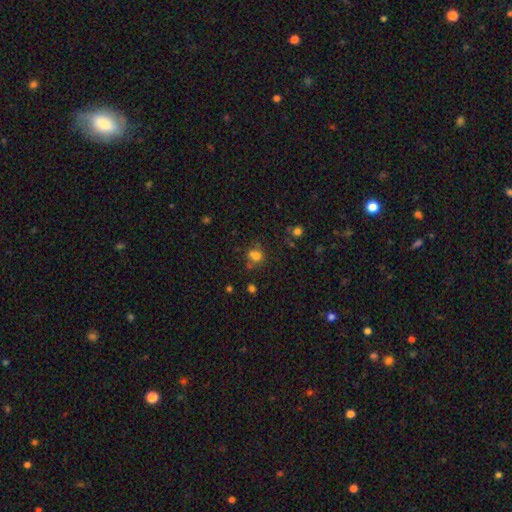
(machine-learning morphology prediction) type=smooth (71%); roundness=round (63%); merging=none (52%).